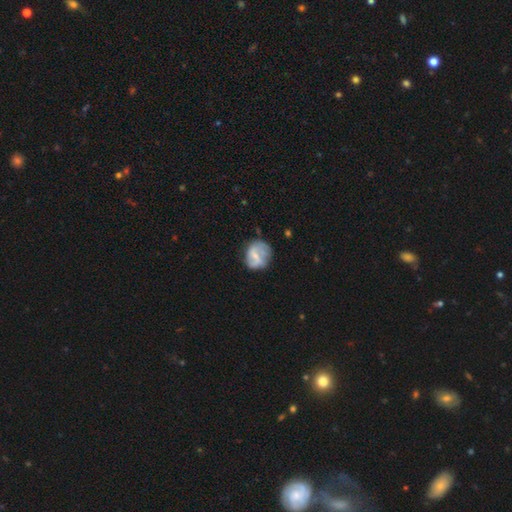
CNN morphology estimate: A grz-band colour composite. It shows a featured or disk galaxy (53%) with a weak bar (47%), spiral arms (66%) and a small central bulge (47%). Merging: none (57%).